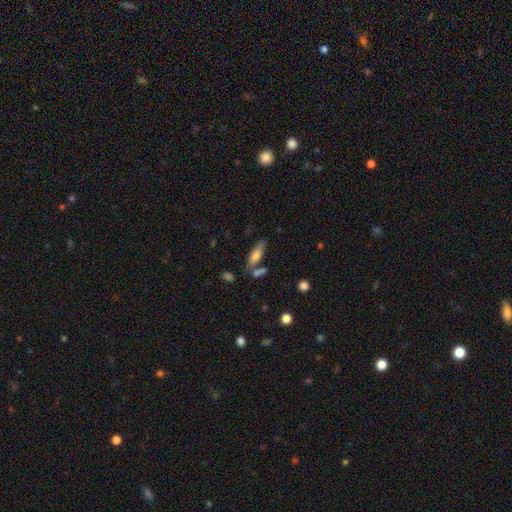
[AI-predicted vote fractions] Smooth or featured?
  - smooth: 67% *
  - featured or disk: 26%
  - star or artifact: 7%
How rounded?
  - in between: 50% *
  - cigar-shaped: 48%
  - round: 2%
Merging?
  - none: 66% *
  - merger: 15%
  - minor disturbance: 15%
  - major disturbance: 4%